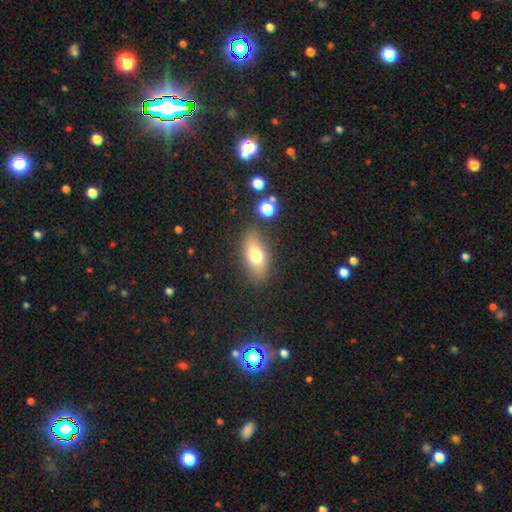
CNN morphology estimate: smooth 70%, featured or disk 20%, star or artifact 10%. Down the decision tree: how rounded — in between (81%); merging — none (82%).